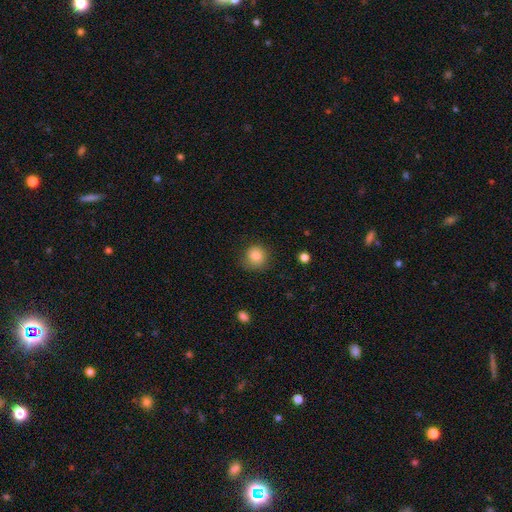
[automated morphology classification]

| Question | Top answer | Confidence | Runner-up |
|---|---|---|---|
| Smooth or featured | smooth | 85% | star or artifact (10%) |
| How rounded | round | 90% | in between (9%) |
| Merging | none | 78% | minor disturbance (16%) |